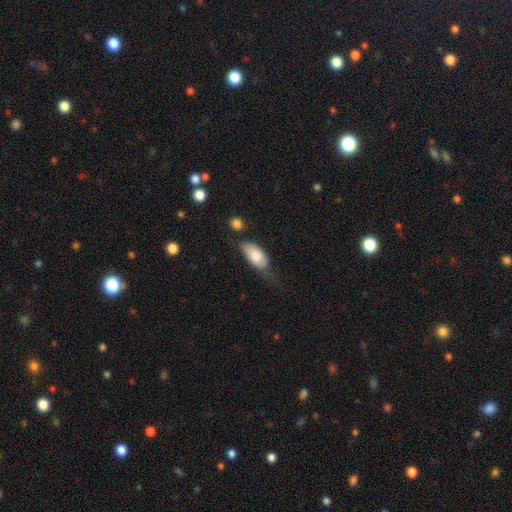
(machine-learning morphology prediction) Smooth or featured? Predicted: smooth (p=0.78). How rounded? Predicted: in between (p=0.89). Merging? Predicted: minor disturbance (p=0.37).